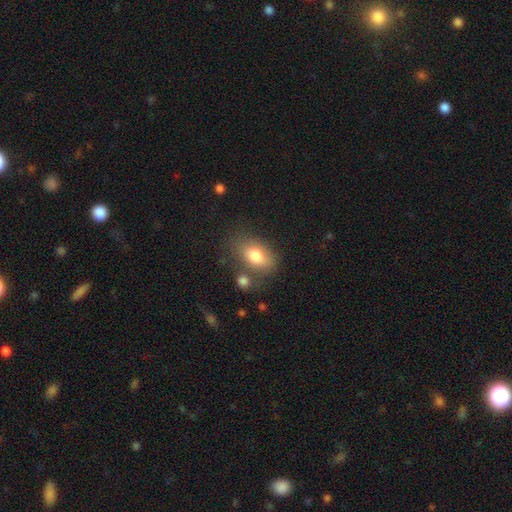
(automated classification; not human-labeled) Q: Smooth or featured?
A: smooth (78%); runner-up: featured or disk (14%)
Q: How rounded?
A: in between (86%); runner-up: round (12%)
Q: Merging?
A: none (64%); runner-up: minor disturbance (17%)